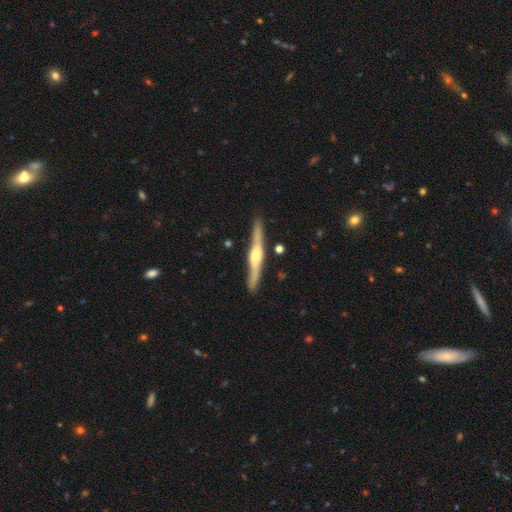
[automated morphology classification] A featured or disk galaxy (76%) viewed edge-on (97%) with a rounded central bulge (89%).

Vote fractions:
- Smooth or featured? featured or disk: 76% / smooth: 20% / star or artifact: 5%
- Edge-on disk? yes: 97% / no: 3%
- Edge-on bulge? rounded: 89% / boxy: 8% / none: 4%
- Merging? none: 88% / minor disturbance: 9% / merger: 2% / major disturbance: 2%